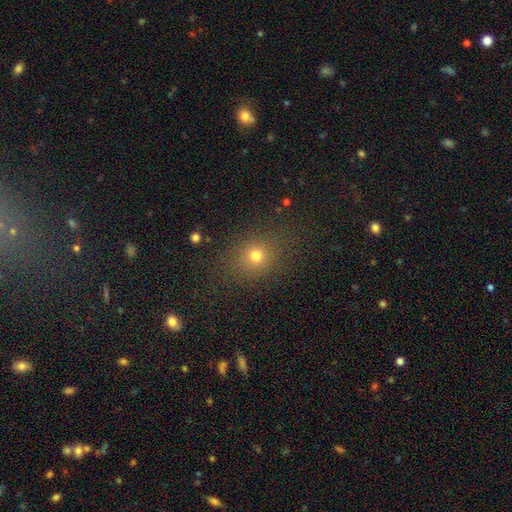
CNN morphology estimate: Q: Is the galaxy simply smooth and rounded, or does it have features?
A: smooth — 73%.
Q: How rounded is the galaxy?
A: round — 71%.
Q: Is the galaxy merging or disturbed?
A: none — 83%.